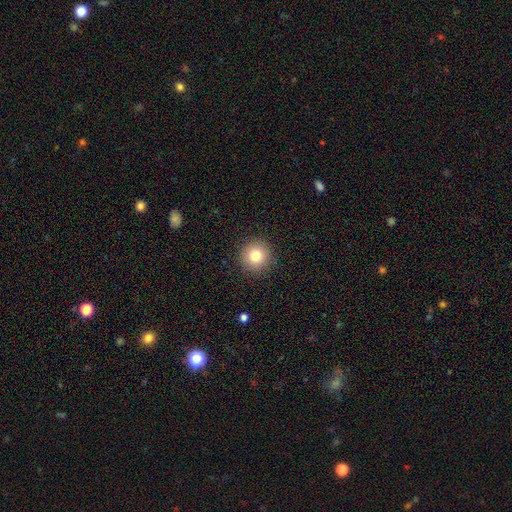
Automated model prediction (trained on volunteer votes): This appears to be a smooth galaxy with no disk features (80%) that is round (94%). Merging: none (91%).